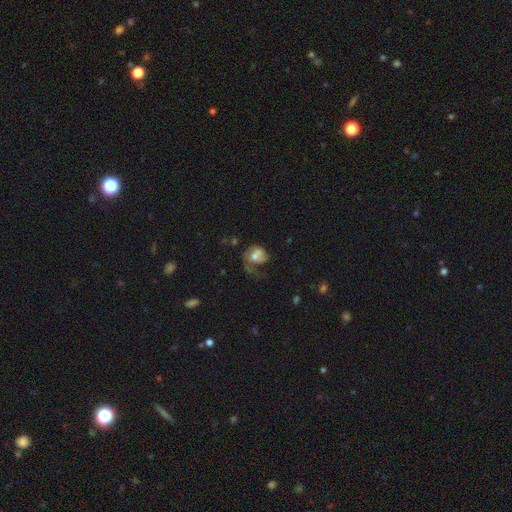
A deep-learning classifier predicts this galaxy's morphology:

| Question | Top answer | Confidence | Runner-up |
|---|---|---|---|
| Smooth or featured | featured or disk | 52% | smooth (39%) |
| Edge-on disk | no | 97% | yes (3%) |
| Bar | no | 59% | weak (31%) |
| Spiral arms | yes | 70% | no (30%) |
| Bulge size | moderate | 57% | small (27%) |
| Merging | major disturbance | 45% | none (29%) |